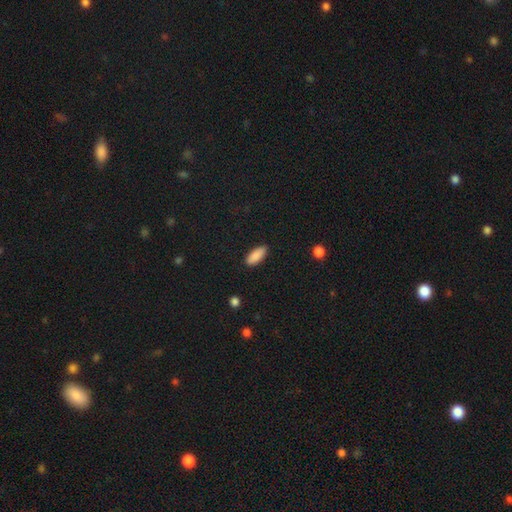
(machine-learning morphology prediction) A smooth galaxy with no disk features (88%) that is in between round and cigar-shaped (81%).

Vote fractions:
- Smooth or featured? smooth: 88% / star or artifact: 7% / featured or disk: 5%
- How rounded? in between: 81% / cigar-shaped: 17% / round: 2%
- Merging? none: 86% / minor disturbance: 11% / major disturbance: 2% / merger: 1%